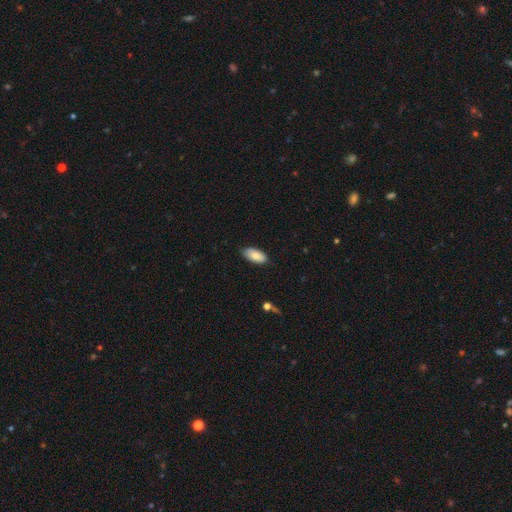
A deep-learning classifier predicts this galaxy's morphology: The model was most divided on "merging": none: 82%, minor disturbance: 14%, major disturbance: 2%, merger: 1%. More confident: how rounded — in between (92%); smooth or featured — smooth (83%).